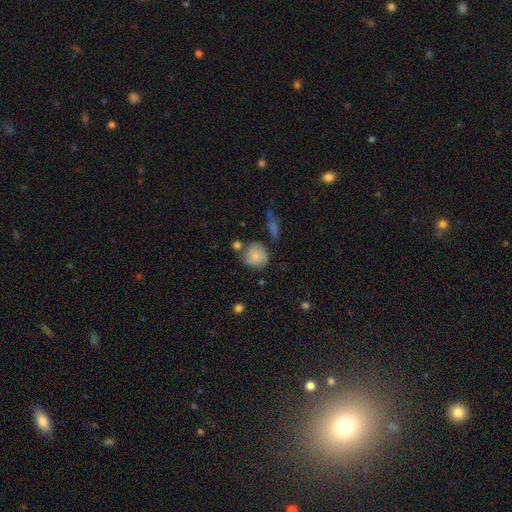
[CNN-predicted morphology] Smooth or featured: smooth — 72% (featured or disk — 20%)
How rounded: round — 79% (in between — 20%)
Merging: none — 55% (minor disturbance — 24%)